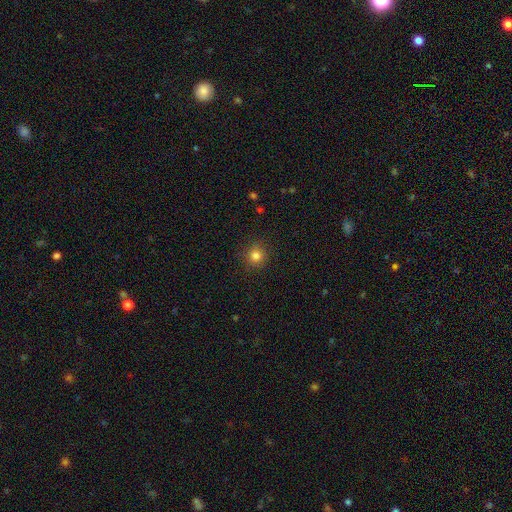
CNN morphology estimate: smooth 82%, star or artifact 13%, featured or disk 5%. Down the decision tree: how rounded — round (91%); merging — none (89%).